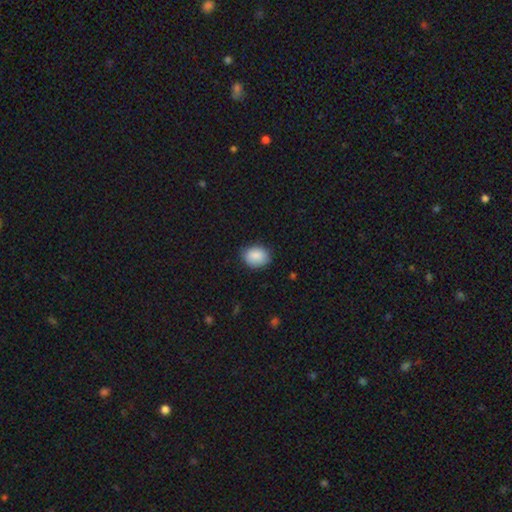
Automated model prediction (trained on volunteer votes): smooth-or-featured: smooth: 88% | star or artifact: 7% | featured or disk: 5%
  how-rounded: in between: 60% | round: 39% | cigar-shaped: 1%
  merging: none: 80% | minor disturbance: 16% | major disturbance: 3% | merger: 1%